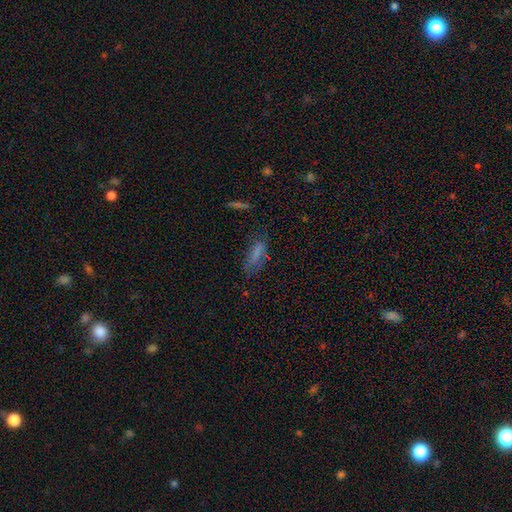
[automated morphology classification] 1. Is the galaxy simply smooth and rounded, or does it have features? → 60% smooth, 21% featured or disk, 19% star or artifact.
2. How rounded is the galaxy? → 49% cigar-shaped, 47% in between, 3% round.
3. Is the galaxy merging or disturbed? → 63% none, 23% minor disturbance, 11% major disturbance, 3% merger.